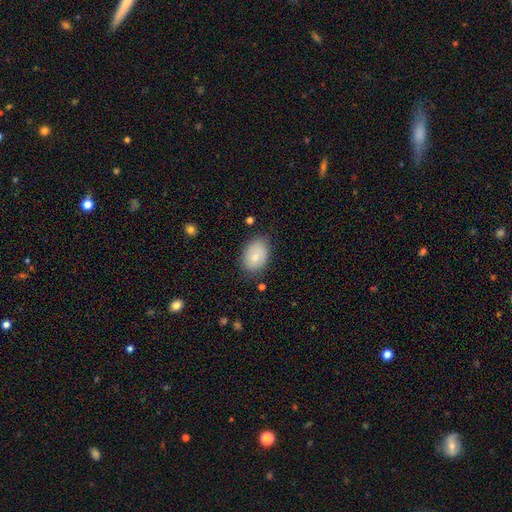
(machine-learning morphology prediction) Smooth or featured? Predicted: smooth (p=0.78). How rounded? Predicted: in between (p=0.82). Merging? Predicted: none (p=0.75).